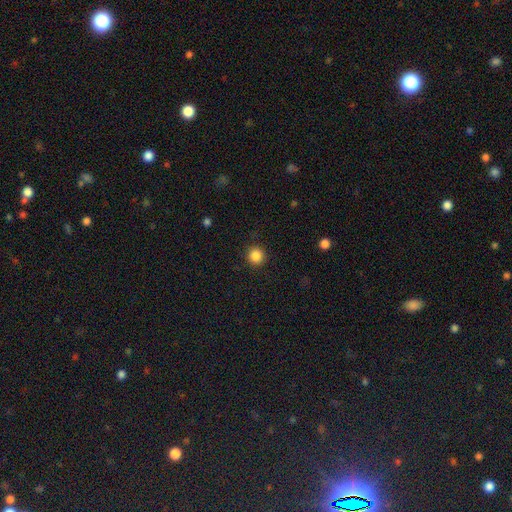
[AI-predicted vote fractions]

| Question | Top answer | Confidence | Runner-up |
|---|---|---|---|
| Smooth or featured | smooth | 86% | star or artifact (10%) |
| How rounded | round | 95% | in between (4%) |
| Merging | none | 91% | minor disturbance (5%) |